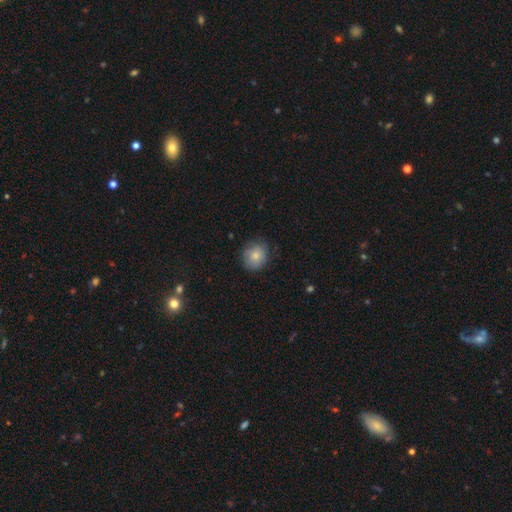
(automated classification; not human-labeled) Overall: smooth (79%). How rounded: round (80%). Merging: none (77%).